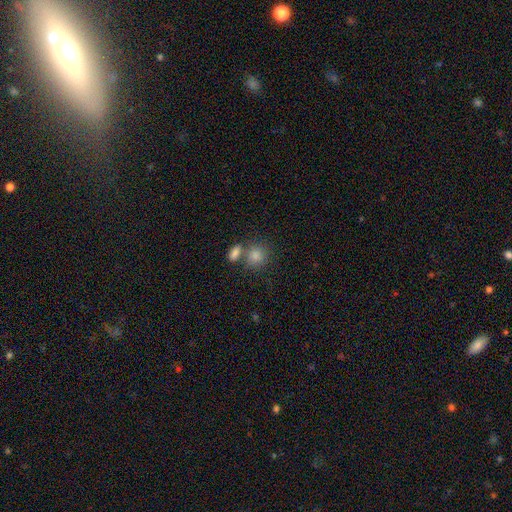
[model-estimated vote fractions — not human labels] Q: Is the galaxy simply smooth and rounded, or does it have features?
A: smooth — 83%.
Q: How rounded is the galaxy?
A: round — 70%.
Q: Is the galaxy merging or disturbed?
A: none — 53%.